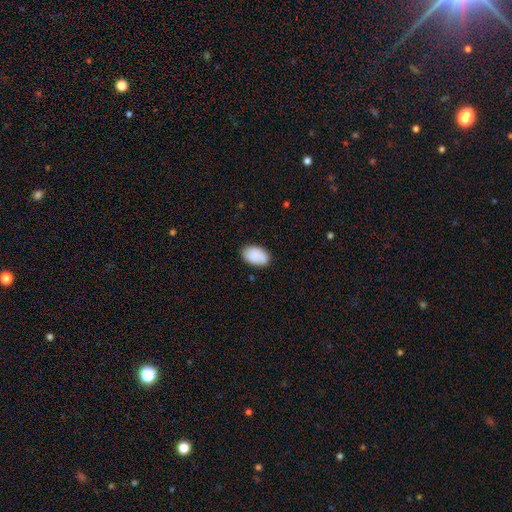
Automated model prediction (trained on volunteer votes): A smooth galaxy with no disk features (89%) that is in between round and cigar-shaped (92%).

Vote fractions:
- Smooth or featured? smooth: 89% / star or artifact: 6% / featured or disk: 5%
- How rounded? in between: 92% / round: 7% / cigar-shaped: 1%
- Merging? none: 82% / minor disturbance: 14% / major disturbance: 3% / merger: 1%